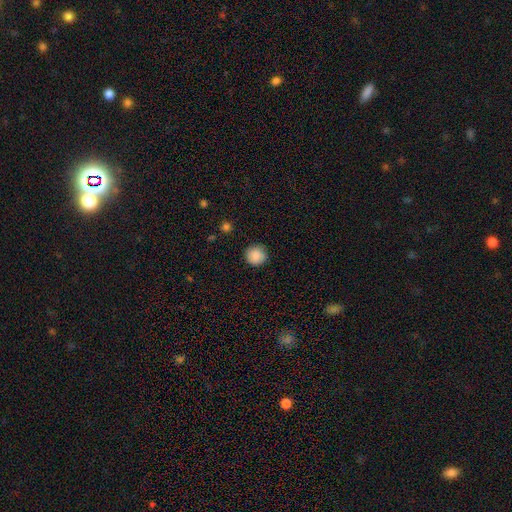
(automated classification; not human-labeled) A smooth galaxy with no disk features (87%) that is round (93%). Merging: none (89%).